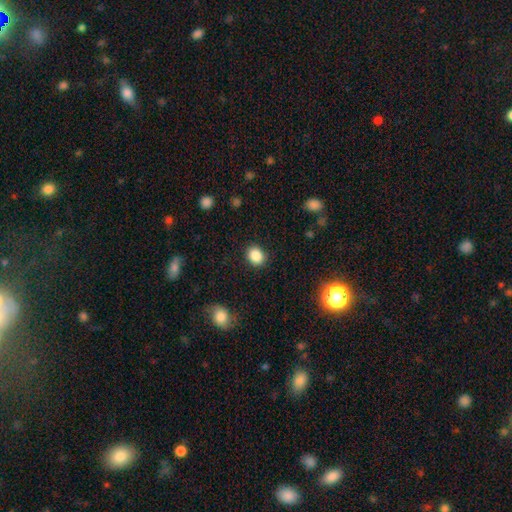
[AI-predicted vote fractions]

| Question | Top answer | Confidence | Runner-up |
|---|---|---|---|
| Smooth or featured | smooth | 87% | star or artifact (10%) |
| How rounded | round | 62% | in between (37%) |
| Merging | none | 88% | minor disturbance (9%) |